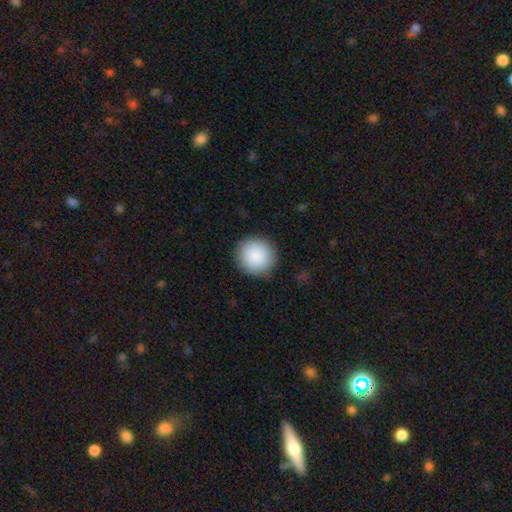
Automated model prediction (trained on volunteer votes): Morphology: type=smooth (89%); roundness=round (94%); merging=none (90%).